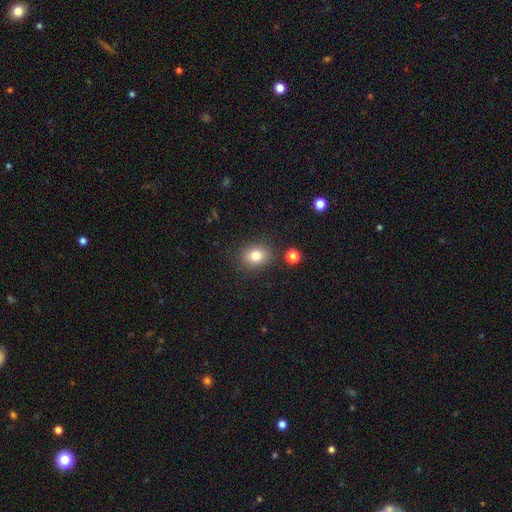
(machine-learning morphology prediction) Smooth or featured?
  - smooth: 81% *
  - star or artifact: 11%
  - featured or disk: 8%
How rounded?
  - round: 50% *
  - in between: 49%
  - cigar-shaped: 1%
Merging?
  - none: 84% *
  - minor disturbance: 10%
  - merger: 3%
  - major disturbance: 3%